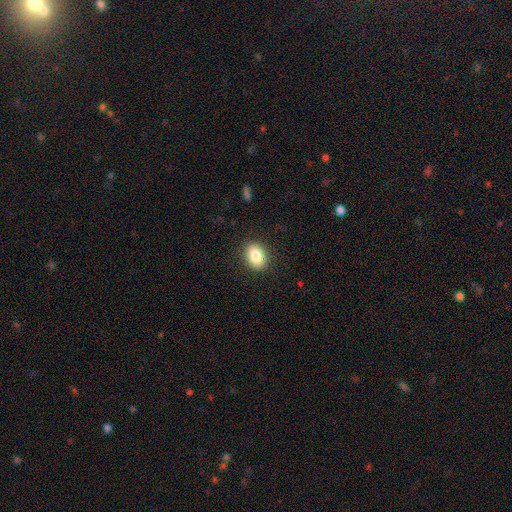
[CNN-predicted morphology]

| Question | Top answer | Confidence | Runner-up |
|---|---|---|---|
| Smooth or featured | smooth | 83% | featured or disk (9%) |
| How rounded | in between | 72% | round (27%) |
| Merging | none | 87% | minor disturbance (9%) |